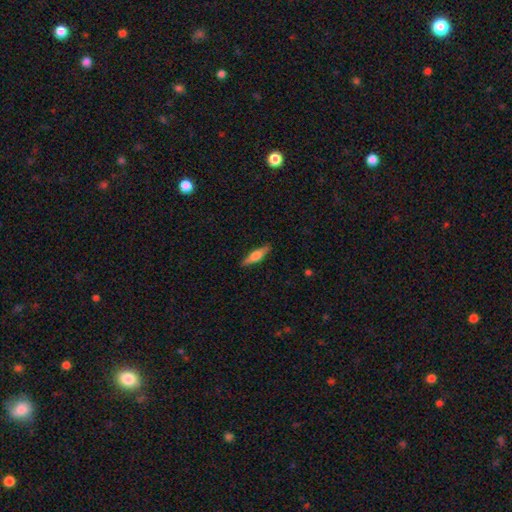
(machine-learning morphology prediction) A featured or disk galaxy (47%, tied with smooth). Merging: none (88%).